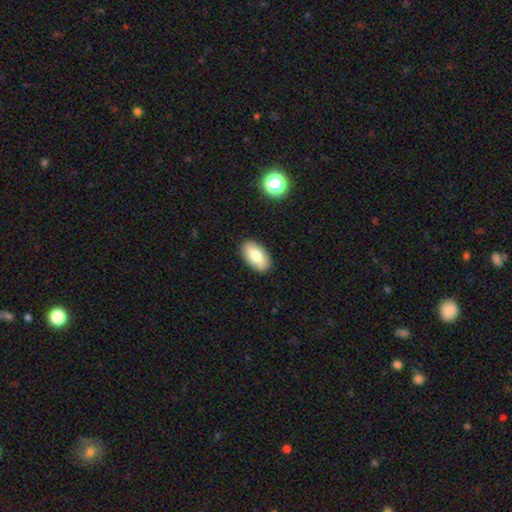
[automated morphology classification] smooth_or_featured: smooth (p=0.75) [alt: featured or disk p=0.17]
how_rounded: in between (p=0.93) [alt: round p=0.04]
merging: none (p=0.88) [alt: minor disturbance p=0.08]